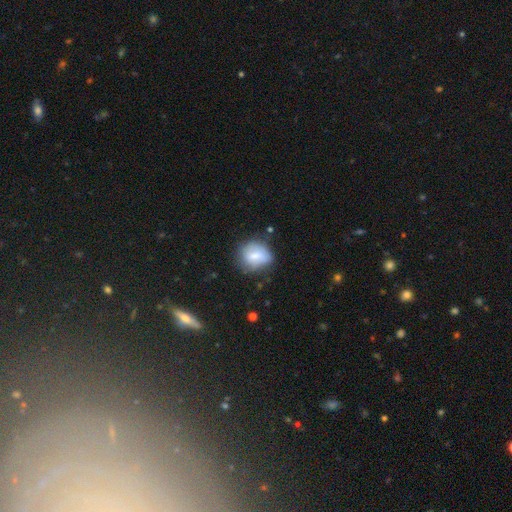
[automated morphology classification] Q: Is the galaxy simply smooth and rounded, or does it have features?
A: smooth — 70%.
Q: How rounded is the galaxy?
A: round — 58%.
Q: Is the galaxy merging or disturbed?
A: none — 61%.